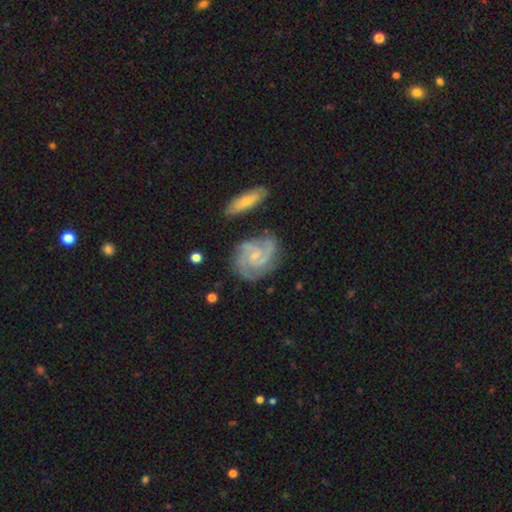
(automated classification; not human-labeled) The model was most divided on "spiral winding": tight: 48%, medium: 44%, loose: 8%. Remaining: spiral arms — yes (97%); edge-on disk — no (97%); smooth or featured — featured or disk (88%); bulge size — small (74%); merging — none (70%); bar — no (53%); spiral arm count — 2 (48%).